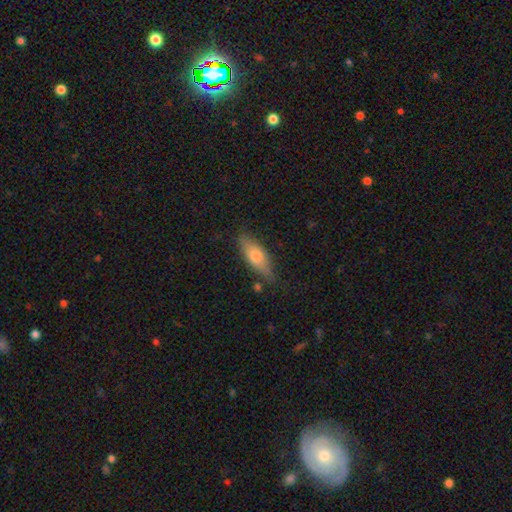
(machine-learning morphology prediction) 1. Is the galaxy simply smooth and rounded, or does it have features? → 63% smooth, 30% featured or disk, 6% star or artifact.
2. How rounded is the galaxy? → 58% in between, 39% cigar-shaped, 3% round.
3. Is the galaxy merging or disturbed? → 76% none, 18% minor disturbance, 4% major disturbance, 2% merger.